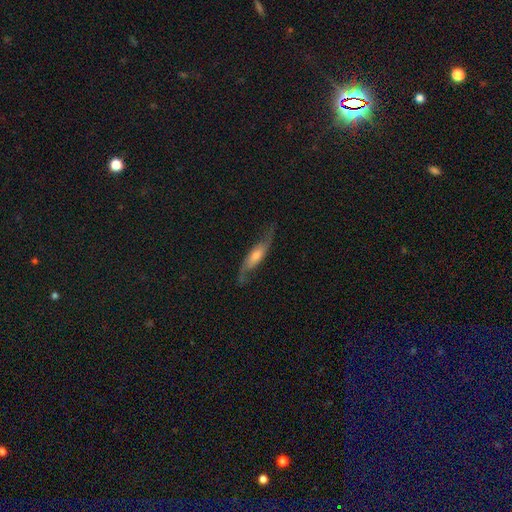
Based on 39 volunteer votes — Morphology: type=featured or disk (82%); edge-on=no (66%); bar=no (62%); spiral arms=yes (100%); winding=loose (67%); arm count=2 (100%); bulge=moderate (62%); merging=none (73%).